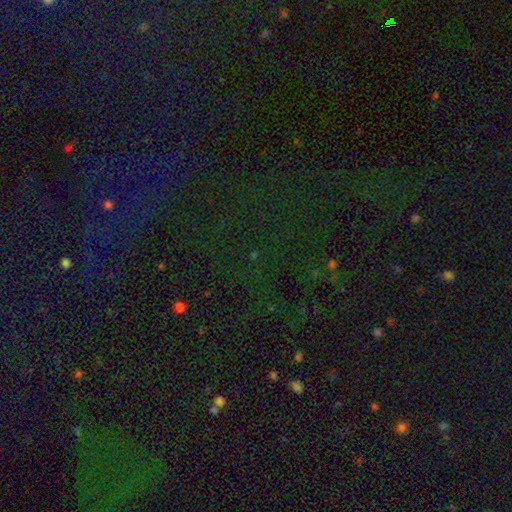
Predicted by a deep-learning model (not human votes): This appears to be a star or artifact, not a galaxy (79%).